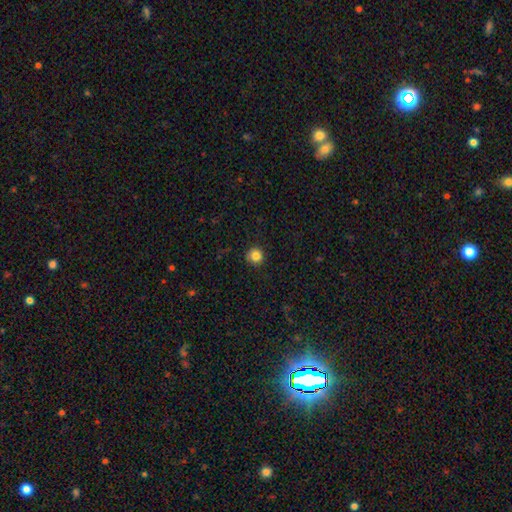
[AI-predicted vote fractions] A smooth galaxy with no disk features (84%) that is round (94%).

Vote fractions:
- Smooth or featured? smooth: 84% / star or artifact: 11% / featured or disk: 5%
- How rounded? round: 94% / in between: 5% / cigar-shaped: 1%
- Merging? none: 90% / minor disturbance: 7% / major disturbance: 2% / merger: 1%